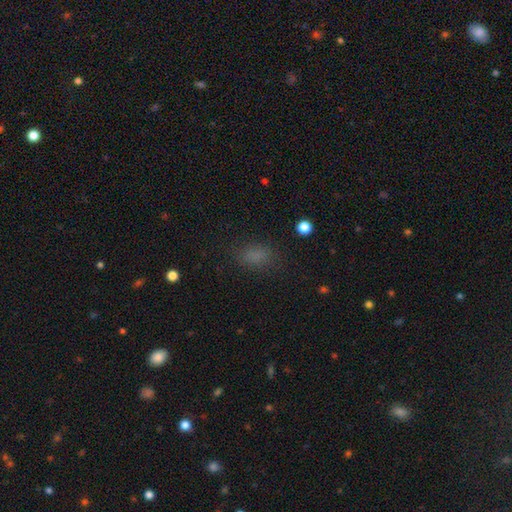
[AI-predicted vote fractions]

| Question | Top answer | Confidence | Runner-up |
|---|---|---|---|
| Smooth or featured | smooth | 78% | star or artifact (17%) |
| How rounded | in between | 81% | round (15%) |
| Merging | none | 78% | minor disturbance (14%) |